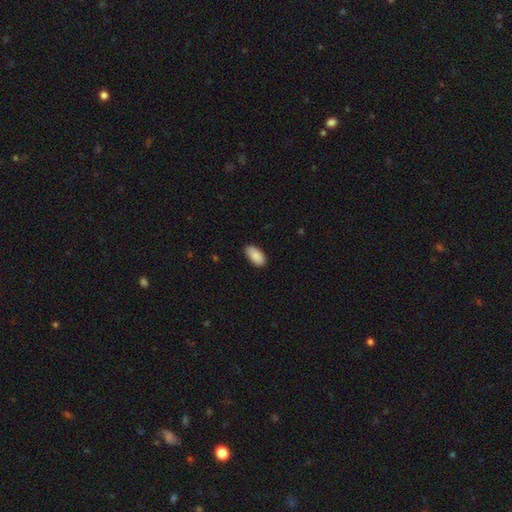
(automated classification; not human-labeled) smooth_or_featured: smooth (p=0.89) [alt: star or artifact p=0.06]
how_rounded: in between (p=0.94) [alt: cigar-shaped p=0.04]
merging: none (p=0.85) [alt: minor disturbance p=0.12]